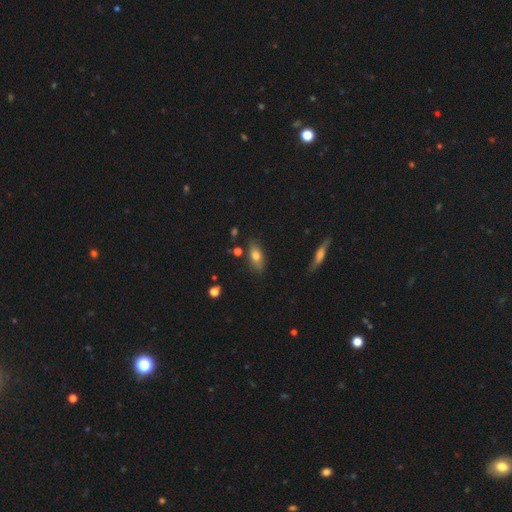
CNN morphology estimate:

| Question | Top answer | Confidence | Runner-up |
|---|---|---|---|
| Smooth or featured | smooth | 70% | featured or disk (22%) |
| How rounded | in between | 79% | cigar-shaped (17%) |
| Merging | none | 78% | minor disturbance (15%) |